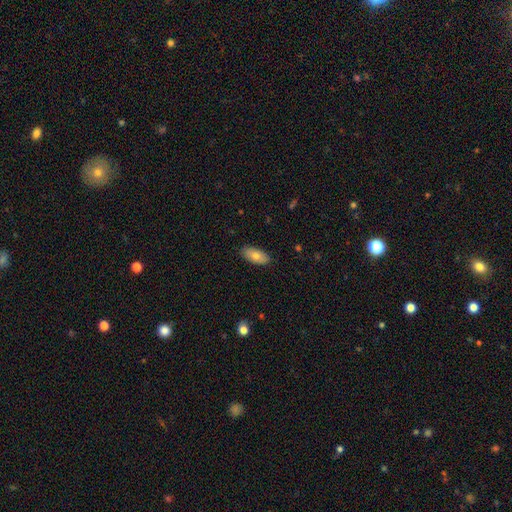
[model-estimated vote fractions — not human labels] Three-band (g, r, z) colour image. It shows a smooth galaxy with no disk features (76%) that is in between round and cigar-shaped (91%). Merging: none (88%).